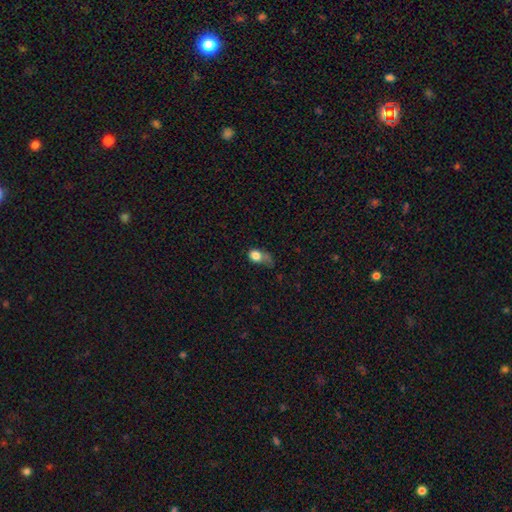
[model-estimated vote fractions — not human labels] Q: Smooth or featured?
A: smooth (78%); runner-up: featured or disk (12%)
Q: How rounded?
A: in between (51%); runner-up: round (47%)
Q: Merging?
A: major disturbance (38%); runner-up: minor disturbance (28%)